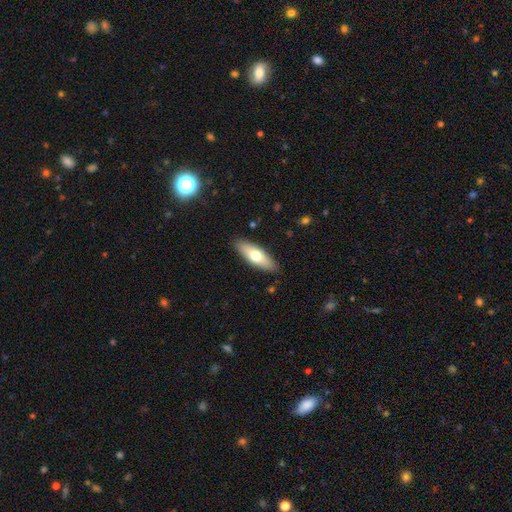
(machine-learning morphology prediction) This appears to be a smooth galaxy with no disk features (65%) that is in between round and cigar-shaped (59%). Merging: none (88%).